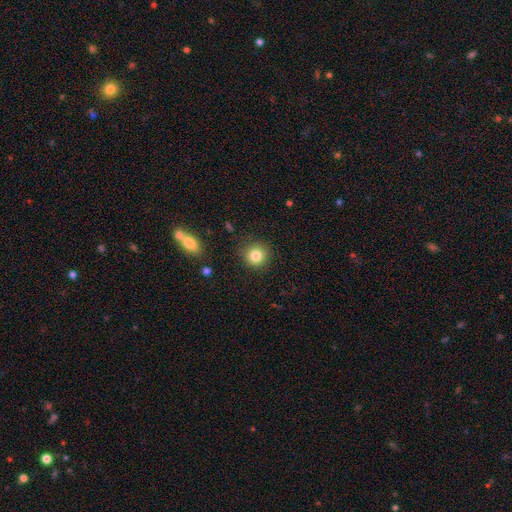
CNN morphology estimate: Q: Smooth or featured?
A: smooth (84%); runner-up: star or artifact (11%)
Q: How rounded?
A: round (91%); runner-up: in between (8%)
Q: Merging?
A: none (86%); runner-up: minor disturbance (9%)